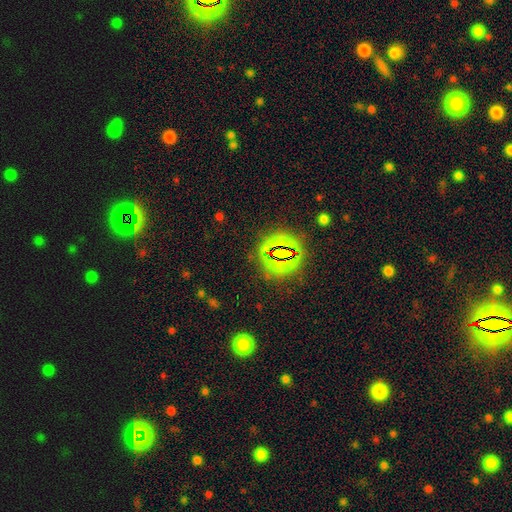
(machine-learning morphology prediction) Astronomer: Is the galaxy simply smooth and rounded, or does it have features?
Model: star or artifact — 69%.